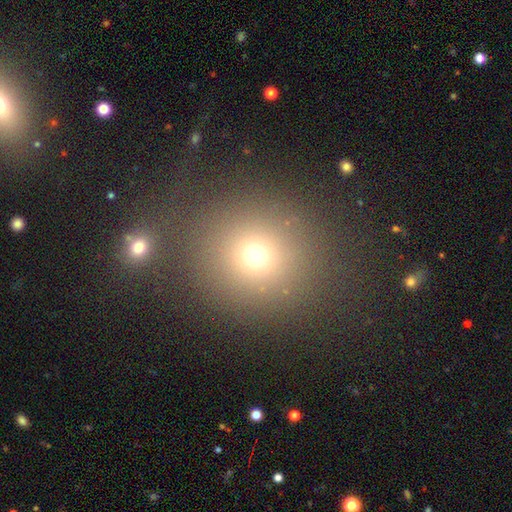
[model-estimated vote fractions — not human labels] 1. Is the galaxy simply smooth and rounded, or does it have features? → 70% smooth, 21% star or artifact, 10% featured or disk.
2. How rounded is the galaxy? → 88% round, 11% in between, 1% cigar-shaped.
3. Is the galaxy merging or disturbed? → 75% none, 9% minor disturbance, 9% merger, 7% major disturbance.